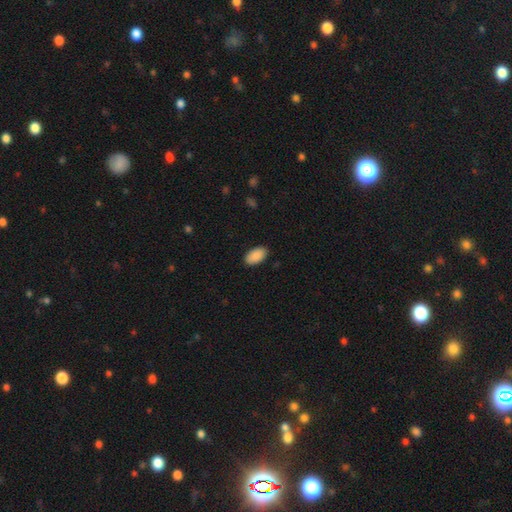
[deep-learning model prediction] Smooth or featured? smooth (90%)
How rounded? in between (95%)
Merging? none (89%)